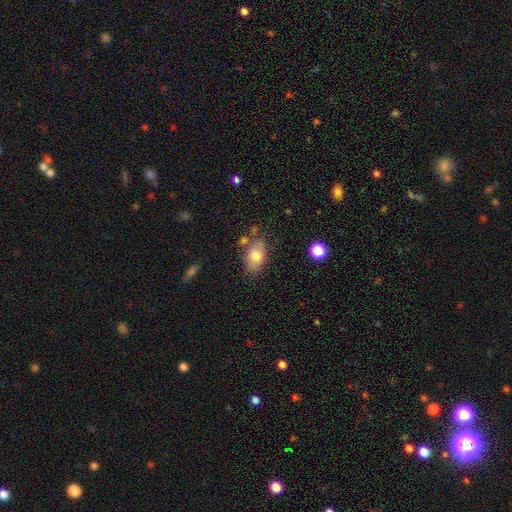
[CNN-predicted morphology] This appears to be a smooth galaxy with no disk features (76%) that is in between round and cigar-shaped (87%). Merging: none (70%).